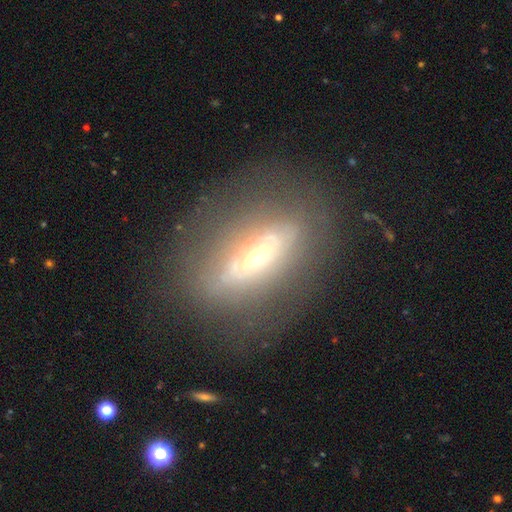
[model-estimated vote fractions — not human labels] Smooth or featured? featured or disk (63%)
Edge-on disk? no (62%)
Merging? none (65%)